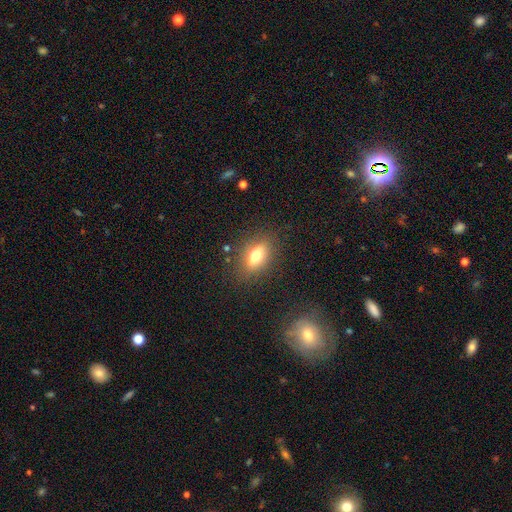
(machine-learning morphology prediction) This is likely a smooth galaxy (71%). How rounded: likely in between (79%). Merging: clearly none (83%).